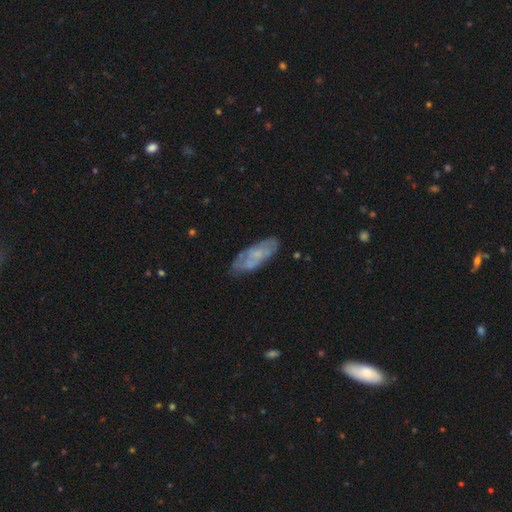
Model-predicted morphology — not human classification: Smooth or featured? Predicted: featured or disk (p=0.51). Edge-on disk? Predicted: no (p=0.83). Merging? Predicted: none (p=0.69).